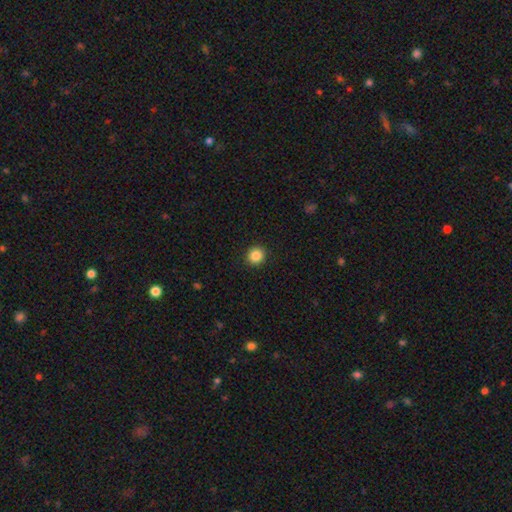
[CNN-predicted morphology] Smooth or featured? smooth (86%)
How rounded? round (93%)
Merging? none (93%)